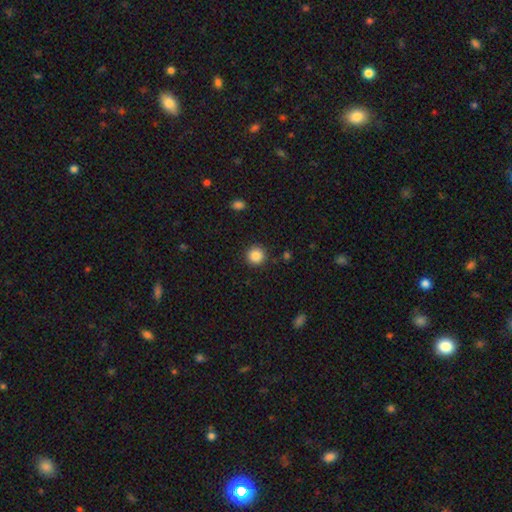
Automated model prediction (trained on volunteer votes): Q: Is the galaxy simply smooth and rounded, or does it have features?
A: smooth — 86%.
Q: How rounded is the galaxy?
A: round — 94%.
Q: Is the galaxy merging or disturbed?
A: none — 91%.